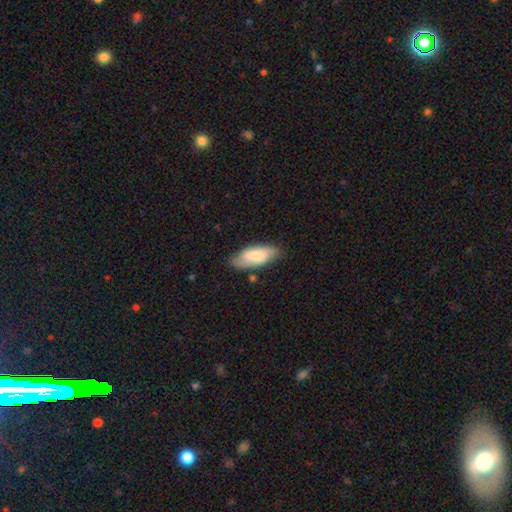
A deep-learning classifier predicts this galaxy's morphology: A smooth galaxy with no disk features (67%) that is in between round and cigar-shaped (80%). Merging: none (74%).